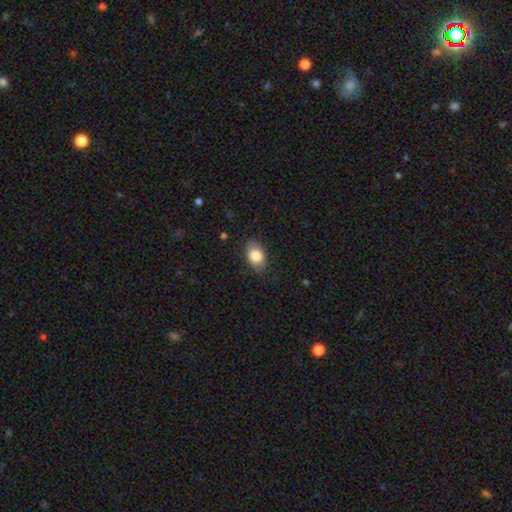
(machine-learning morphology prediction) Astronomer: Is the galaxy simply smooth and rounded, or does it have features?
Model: smooth — 82%.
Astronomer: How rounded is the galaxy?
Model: in between — 85%.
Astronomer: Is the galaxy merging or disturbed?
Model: none — 80%.